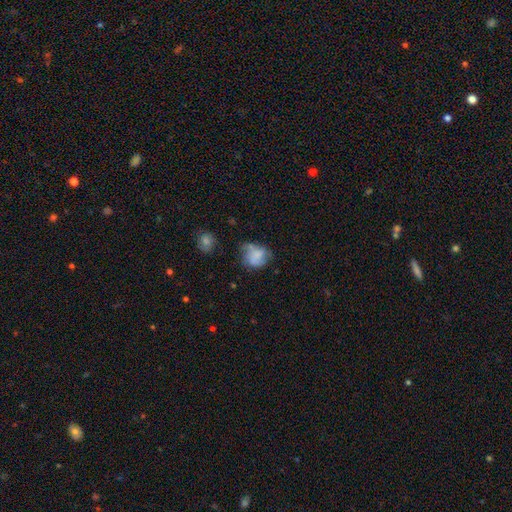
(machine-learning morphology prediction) smooth_or_featured: smooth (p=0.63) [alt: featured or disk p=0.27]
how_rounded: round (p=0.55) [alt: in between p=0.43]
merging: none (p=0.43) [alt: minor disturbance p=0.31]